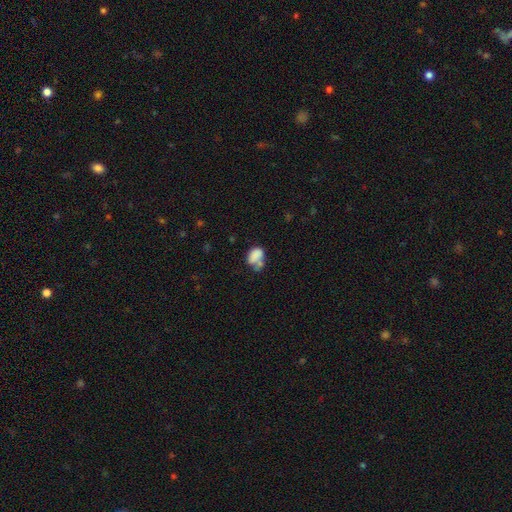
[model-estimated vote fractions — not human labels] This appears to be a smooth galaxy with no disk features (77%) that is in between round and cigar-shaped (78%). Merging: merger (32%).